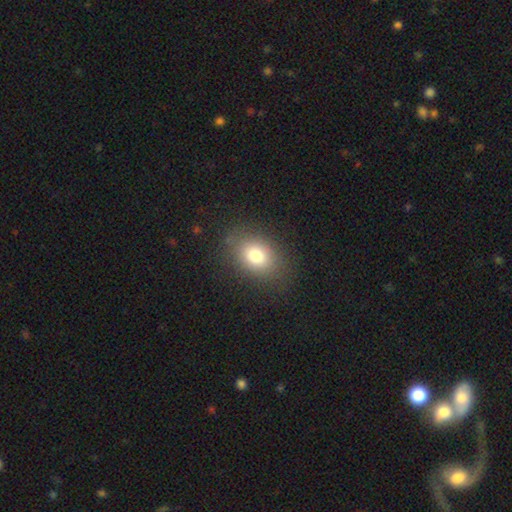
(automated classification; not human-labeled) Overall: smooth (79%). How rounded: in between (70%). Merging: none (82%).